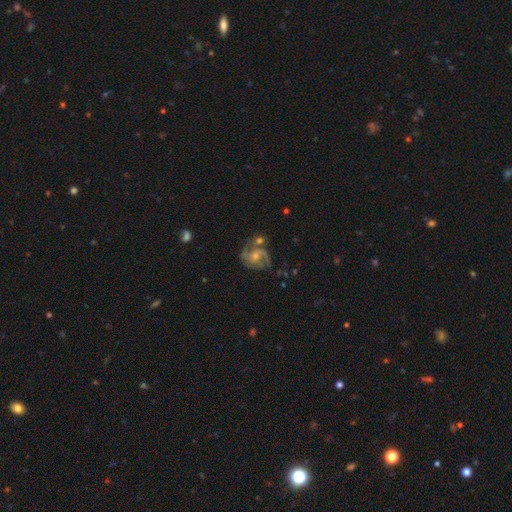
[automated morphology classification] featured or disk 84%, smooth 9%, star or artifact 7%. Down the decision tree: edge-on disk — no (98%); bar — no (61%); spiral arms — yes (95%); spiral arm count — 2 (64%); spiral winding — medium (55%); bulge size — small (61%); merging — none (57%).